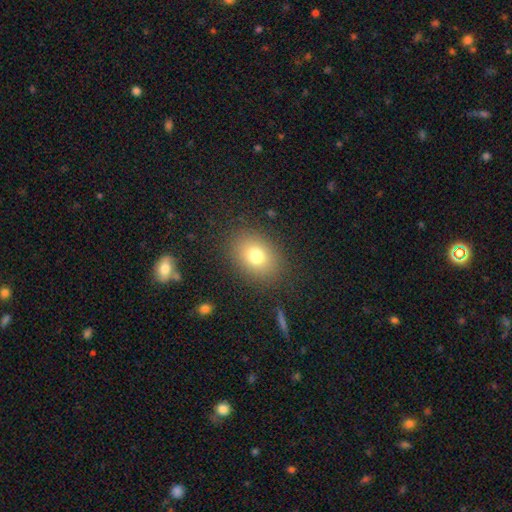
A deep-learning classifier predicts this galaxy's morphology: Smooth or featured? smooth (77%)
How rounded? in between (60%)
Merging? none (85%)